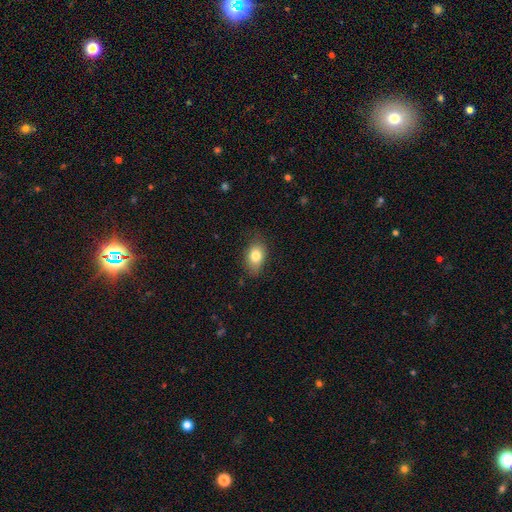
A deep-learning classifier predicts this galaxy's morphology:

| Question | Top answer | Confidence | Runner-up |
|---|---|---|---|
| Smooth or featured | smooth | 79% | featured or disk (12%) |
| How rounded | in between | 81% | round (17%) |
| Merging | none | 74% | minor disturbance (20%) |